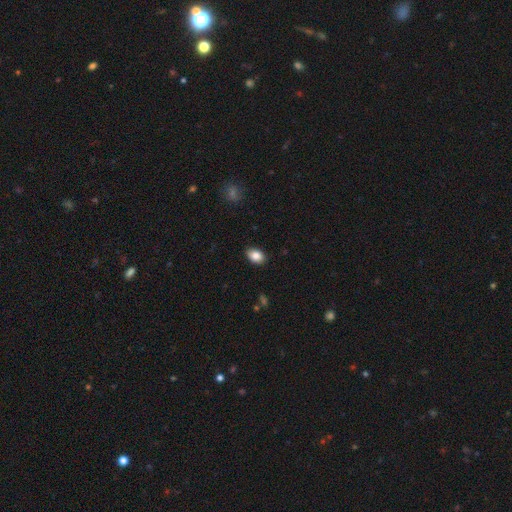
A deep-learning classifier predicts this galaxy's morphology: The model was most divided on "how rounded": in between: 85%, round: 14%, cigar-shaped: 1%. More confident: merging — none (86%); smooth or featured — smooth (85%).